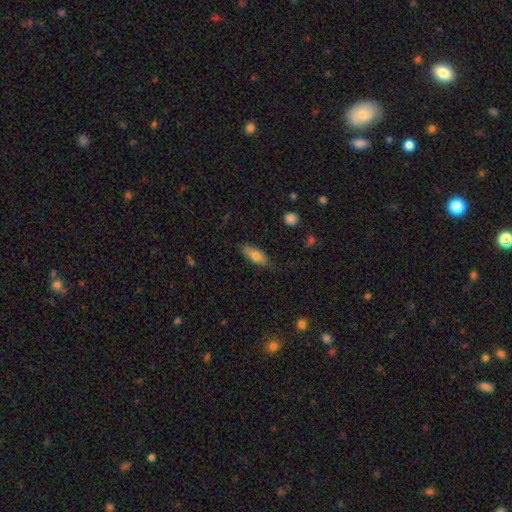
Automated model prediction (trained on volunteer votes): smooth 73%, featured or disk 20%, star or artifact 7%. Down the decision tree: how rounded — in between (72%); merging — none (76%).